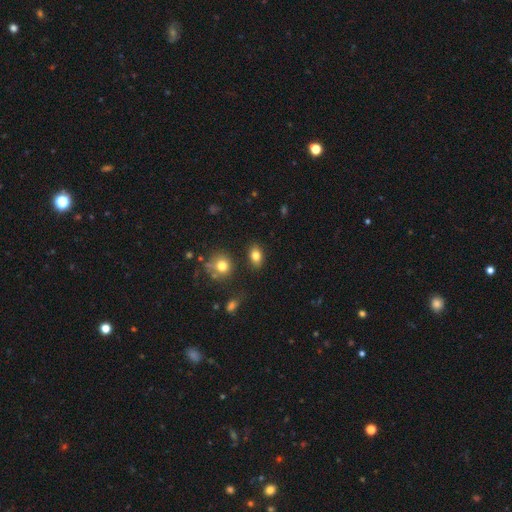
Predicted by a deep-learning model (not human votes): Smooth or featured? smooth (80%)
How rounded? in between (80%)
Merging? none (84%)